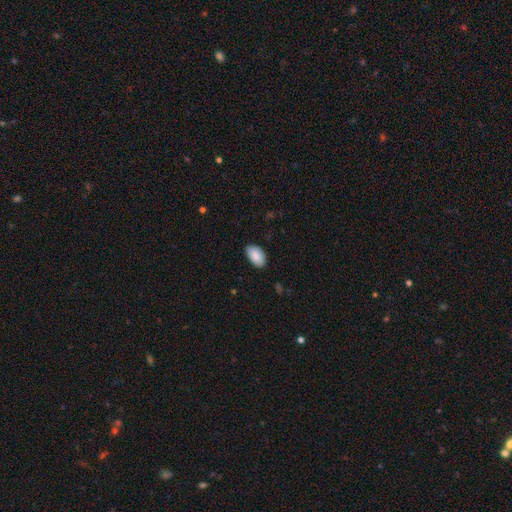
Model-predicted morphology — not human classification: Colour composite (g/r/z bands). It shows a smooth galaxy with no disk features (89%) that is in between round and cigar-shaped (94%). Merging: none (84%).